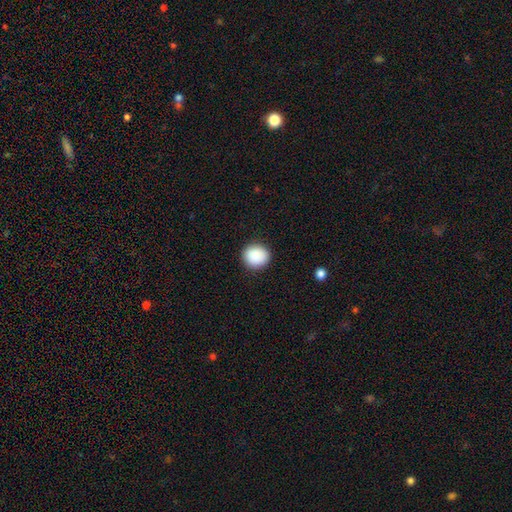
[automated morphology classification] Smooth or featured? Predicted: smooth (p=0.89). How rounded? Predicted: round (p=0.85). Merging? Predicted: none (p=0.91).